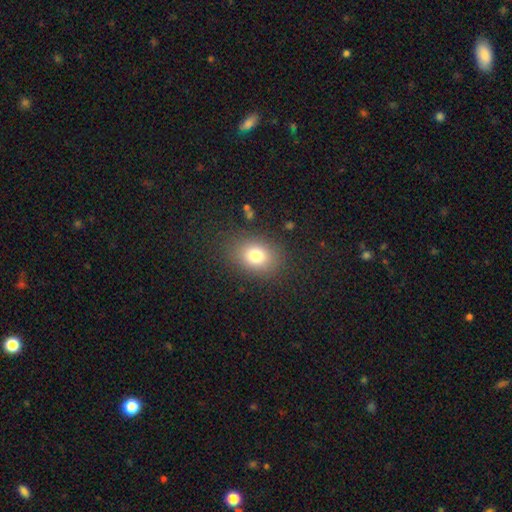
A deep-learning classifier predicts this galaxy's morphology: The model was most divided on "how rounded": in between: 63%, round: 36%, cigar-shaped: 1%. More confident: merging — none (83%); smooth or featured — smooth (79%).